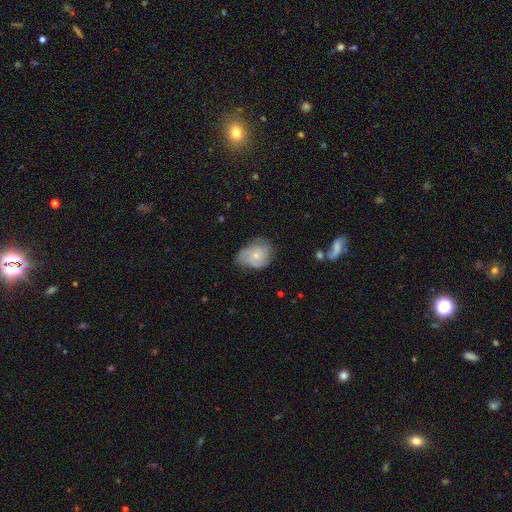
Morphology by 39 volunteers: A featured or disk galaxy (51%) with no bar (70%), 3 (45%) medium (65%) spiral arms (100%) and a small central bulge (60%). Merging: none (55%).